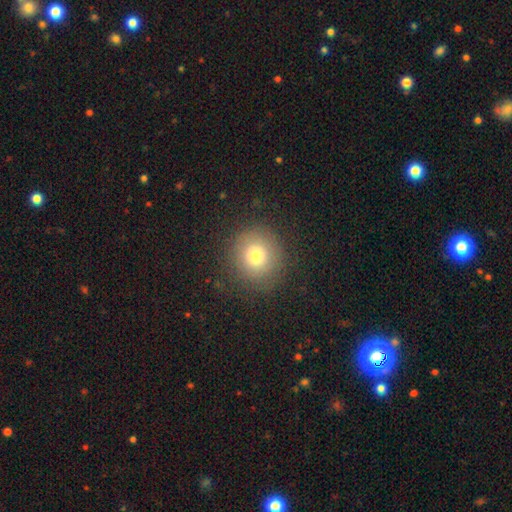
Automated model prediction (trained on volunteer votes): A smooth galaxy with no disk features (75%) that is round (91%).

Vote fractions:
- Smooth or featured? smooth: 75% / star or artifact: 13% / featured or disk: 12%
- How rounded? round: 91% / in between: 8% / cigar-shaped: 1%
- Merging? none: 86% / minor disturbance: 9% / major disturbance: 4% / merger: 1%